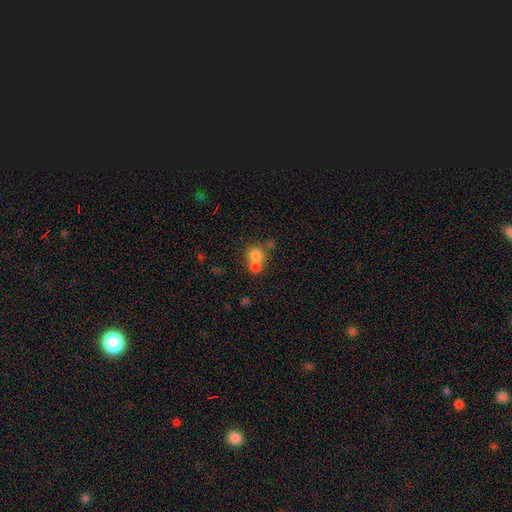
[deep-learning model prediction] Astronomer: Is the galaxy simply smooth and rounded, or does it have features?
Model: smooth — 75%.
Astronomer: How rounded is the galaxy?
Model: round — 86%.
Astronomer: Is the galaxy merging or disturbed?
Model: merger — 52% (runner-up: none, 40%).